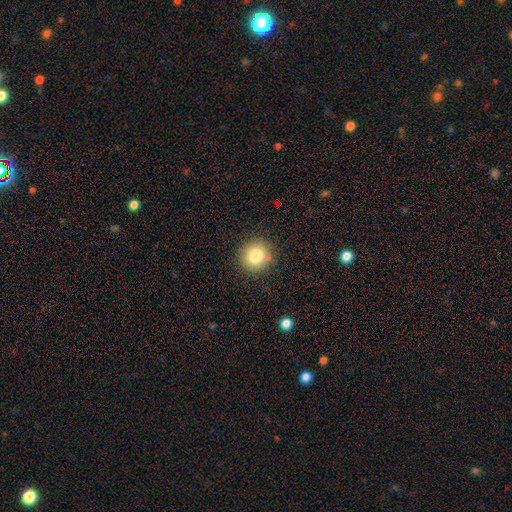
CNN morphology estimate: Smooth or featured: smooth — 82% (star or artifact — 10%)
How rounded: round — 92% (in between — 7%)
Merging: none — 88% (minor disturbance — 8%)